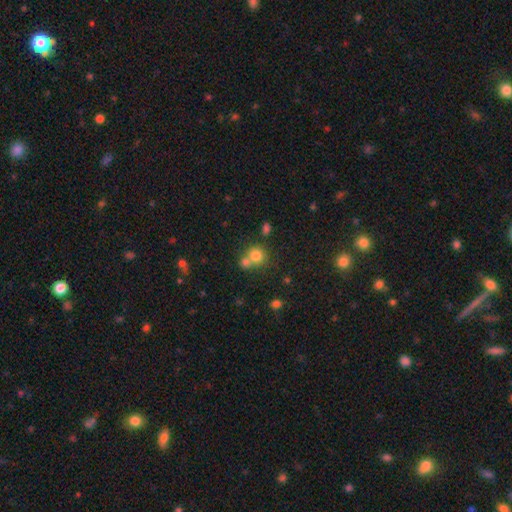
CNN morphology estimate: Overall: smooth (77%). How rounded: round (85%). Merging: none (48%; merger 42%).